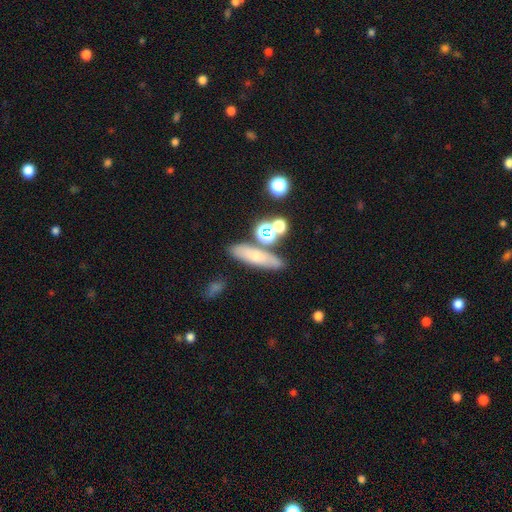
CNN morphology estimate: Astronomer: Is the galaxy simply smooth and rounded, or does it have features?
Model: smooth — 58%.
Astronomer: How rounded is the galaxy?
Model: cigar-shaped — 58%.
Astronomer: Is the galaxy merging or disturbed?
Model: none — 71%.